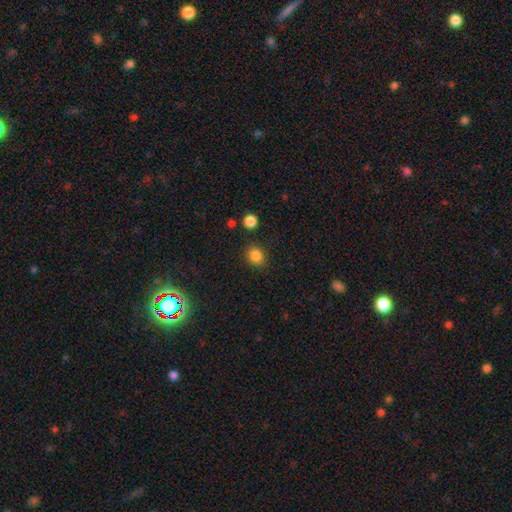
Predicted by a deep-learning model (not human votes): This appears to be a smooth galaxy with no disk features (84%) that is round (69%). Merging: none (85%).